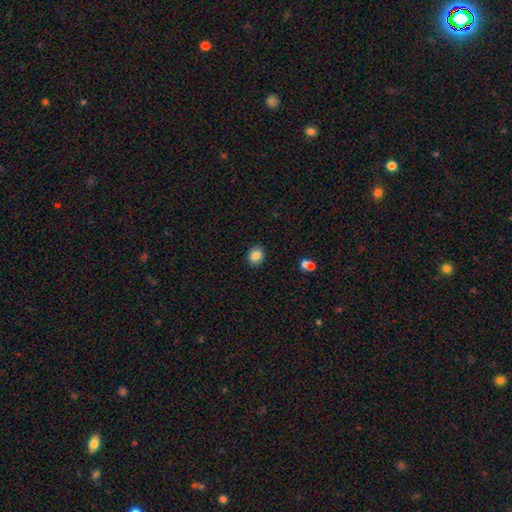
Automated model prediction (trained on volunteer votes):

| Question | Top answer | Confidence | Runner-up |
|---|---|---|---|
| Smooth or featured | smooth | 83% | star or artifact (10%) |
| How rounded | round | 62% | in between (37%) |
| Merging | none | 88% | minor disturbance (9%) |